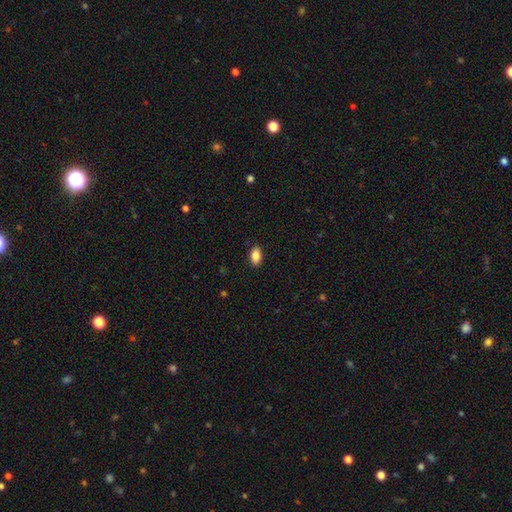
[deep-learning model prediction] smooth_or_featured: smooth (p=0.87) [alt: star or artifact p=0.08]
how_rounded: in between (p=0.92) [alt: round p=0.05]
merging: none (p=0.89) [alt: minor disturbance p=0.08]